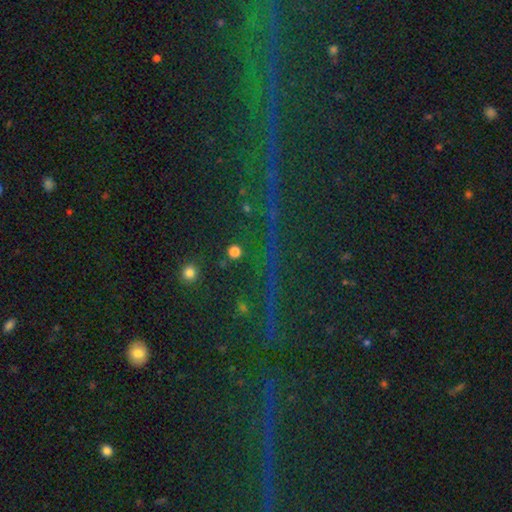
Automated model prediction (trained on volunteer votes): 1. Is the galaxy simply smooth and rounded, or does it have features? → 79% star or artifact, 12% smooth, 9% featured or disk.